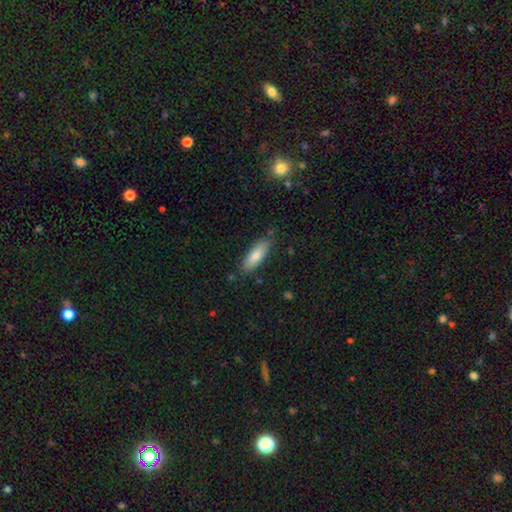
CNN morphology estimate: A smooth galaxy with no disk features (80%) that is in between round and cigar-shaped (53%). Merging: none (81%).